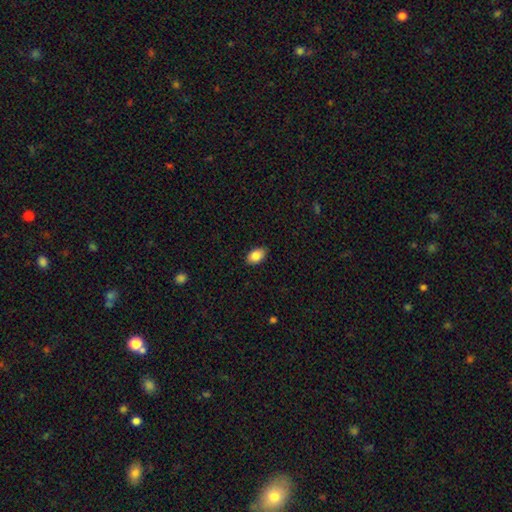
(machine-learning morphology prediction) Smooth or featured?
  - smooth: 86% *
  - star or artifact: 8%
  - featured or disk: 6%
How rounded?
  - in between: 88% *
  - round: 11%
  - cigar-shaped: 1%
Merging?
  - none: 87% *
  - minor disturbance: 10%
  - major disturbance: 2%
  - merger: 1%